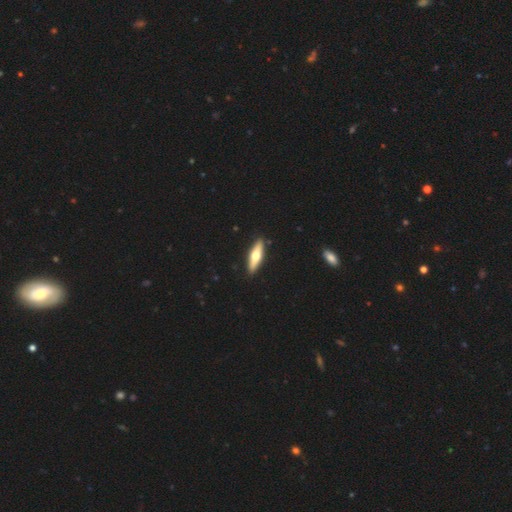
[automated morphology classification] Smooth or featured? featured or disk (50%)
Merging? none (91%)